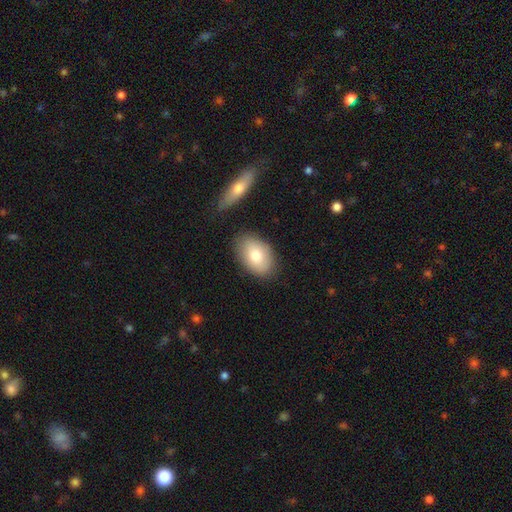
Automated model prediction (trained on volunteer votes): Smooth or featured? smooth (77%)
How rounded? in between (89%)
Merging? none (81%)